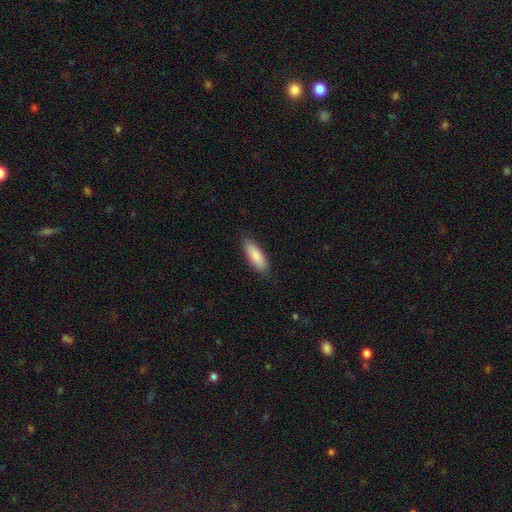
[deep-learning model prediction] smooth_or_featured: smooth (p=0.86) [alt: featured or disk p=0.08]
how_rounded: in between (p=0.61) [alt: cigar-shaped p=0.37]
merging: none (p=0.86) [alt: minor disturbance p=0.11]